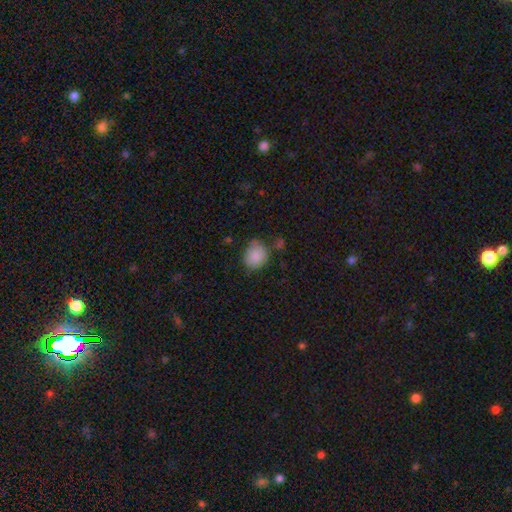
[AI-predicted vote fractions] Morphology: type=smooth (87%); roundness=round (62%); merging=none (66%).